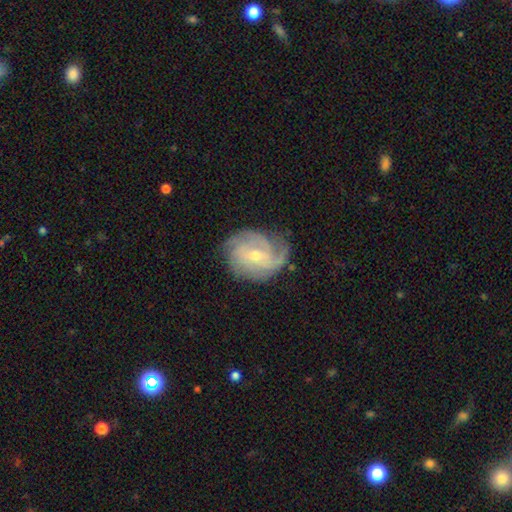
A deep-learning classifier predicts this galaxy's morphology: A featured or disk galaxy (85%) with a weak bar (48%), 3 (33%) tight (58%) spiral arms (96%) and a moderate central bulge (52%). Merging: none (71%).